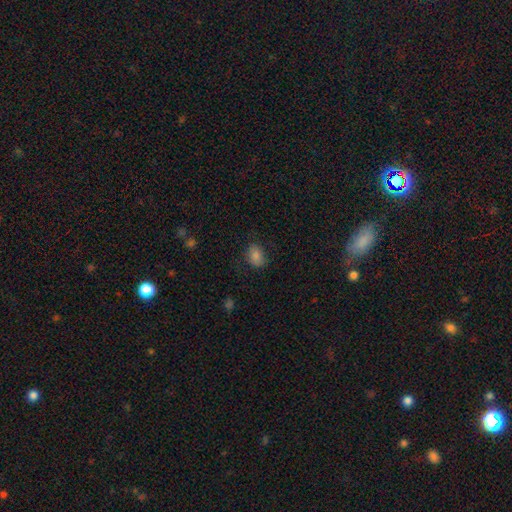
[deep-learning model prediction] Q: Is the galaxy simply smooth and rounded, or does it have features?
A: smooth — 83%.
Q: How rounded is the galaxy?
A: in between — 66%.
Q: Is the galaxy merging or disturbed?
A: none — 76%.